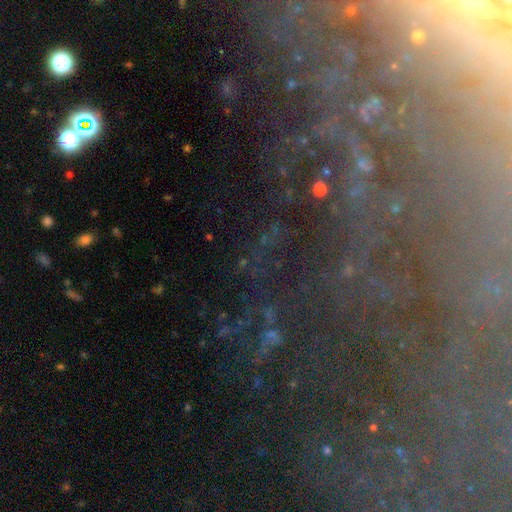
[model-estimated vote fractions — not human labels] Smooth or featured? Predicted: star or artifact (p=0.50).